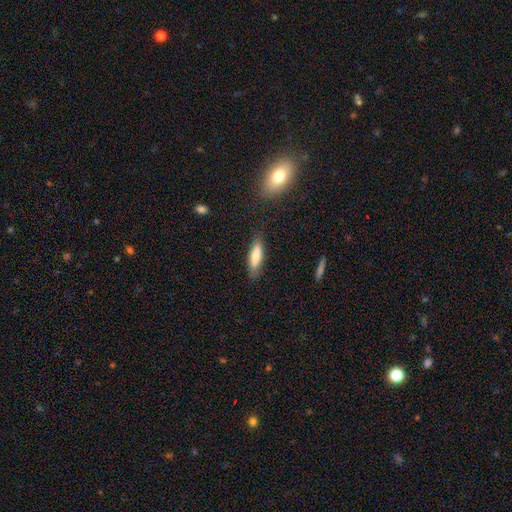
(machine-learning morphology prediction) Smooth or featured? Predicted: smooth (p=0.70). How rounded? Predicted: cigar-shaped (p=0.59). Merging? Predicted: none (p=0.82).